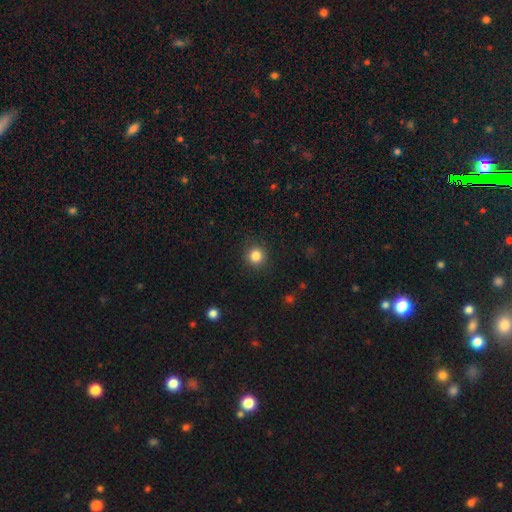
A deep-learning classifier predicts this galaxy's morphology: Smooth or featured?
  - smooth: 84% *
  - star or artifact: 11%
  - featured or disk: 5%
How rounded?
  - round: 93% *
  - in between: 6%
  - cigar-shaped: 1%
Merging?
  - none: 90% *
  - minor disturbance: 6%
  - major disturbance: 2%
  - merger: 1%